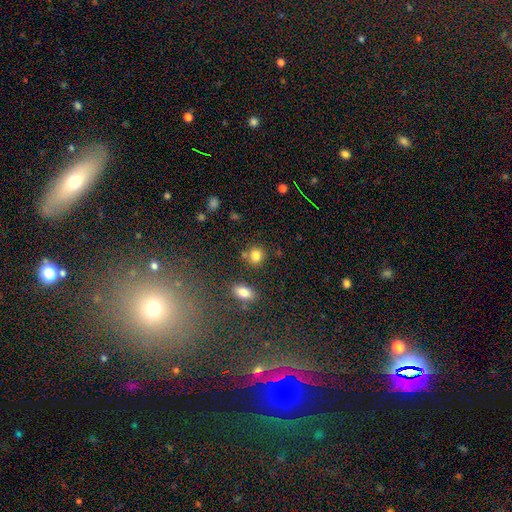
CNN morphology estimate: A smooth galaxy with no disk features (82%) that is round (79%). Merging: none (72%).